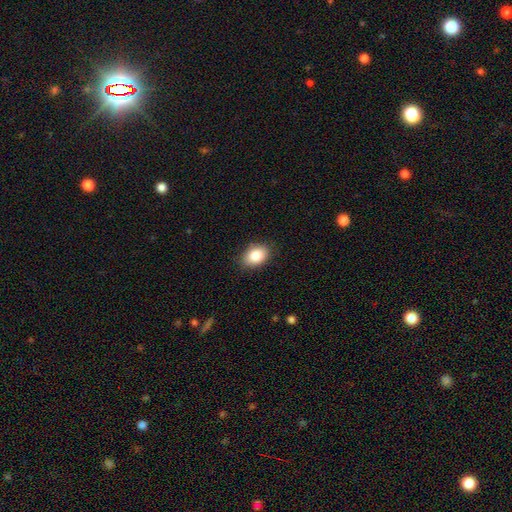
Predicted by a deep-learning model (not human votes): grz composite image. It shows a smooth galaxy with no disk features (85%) that is in between round and cigar-shaped (80%). Merging: none (86%).